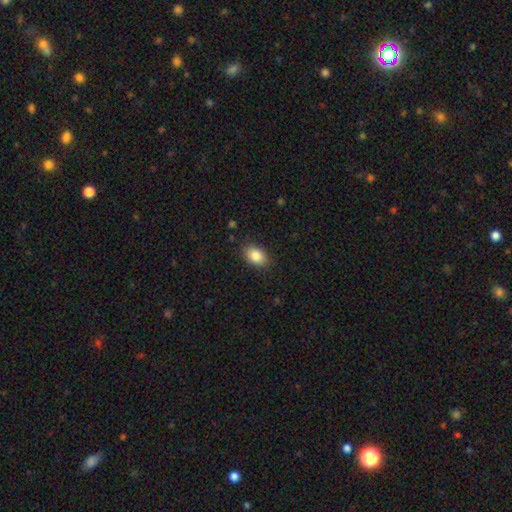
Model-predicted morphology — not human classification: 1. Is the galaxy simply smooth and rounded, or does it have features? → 85% smooth, 8% star or artifact, 7% featured or disk.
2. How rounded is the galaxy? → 85% in between, 14% round, 1% cigar-shaped.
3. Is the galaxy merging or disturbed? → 87% none, 10% minor disturbance, 2% major disturbance, 1% merger.